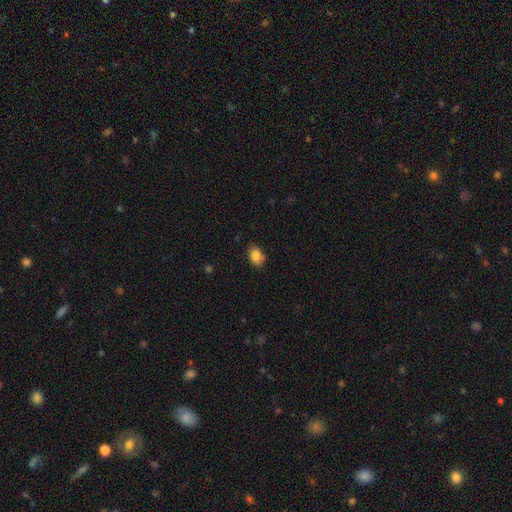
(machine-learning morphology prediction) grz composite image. It shows a smooth galaxy with no disk features (84%) that is in between round and cigar-shaped (82%). Merging: none (73%).